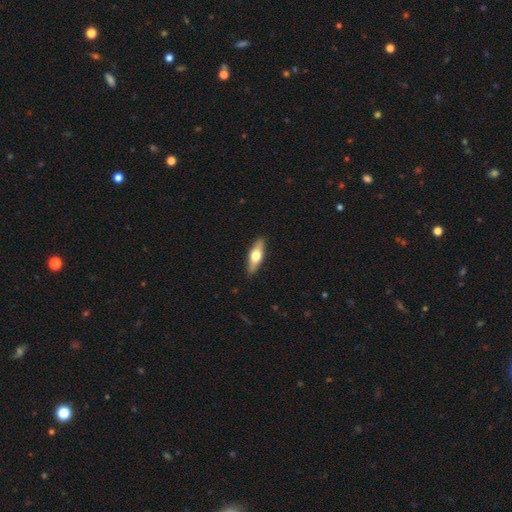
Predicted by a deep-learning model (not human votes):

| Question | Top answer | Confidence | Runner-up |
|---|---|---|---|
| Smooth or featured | smooth | 54% | featured or disk (41%) |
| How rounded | in between | 52% | cigar-shaped (45%) |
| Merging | none | 90% | minor disturbance (8%) |